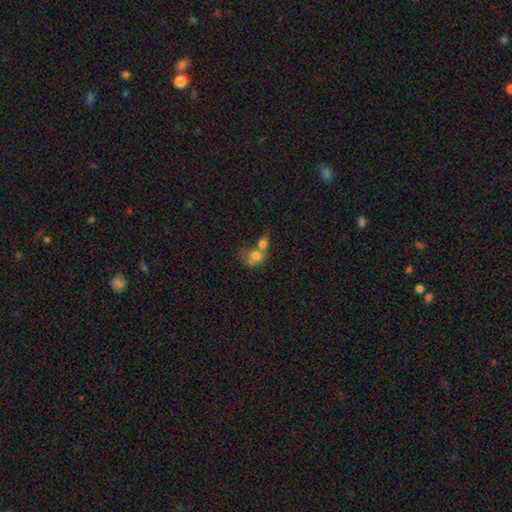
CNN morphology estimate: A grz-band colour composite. It shows a smooth galaxy with no disk features (68%) that is round (60%). Merging: merger (70%).